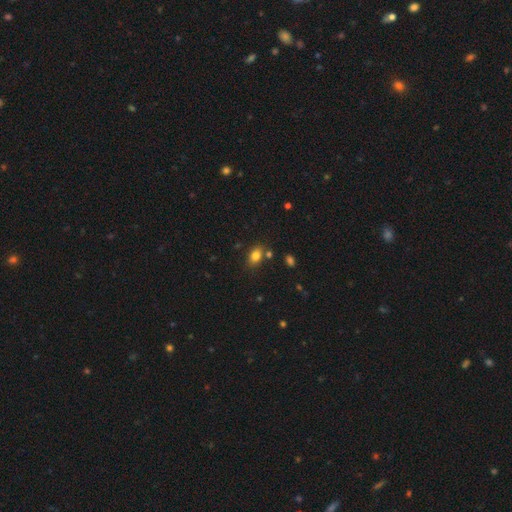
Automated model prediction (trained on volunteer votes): smooth-or-featured: smooth: 81% | star or artifact: 11% | featured or disk: 8%
  how-rounded: in between: 80% | round: 18% | cigar-shaped: 2%
  merging: none: 75% | minor disturbance: 12% | merger: 9% | major disturbance: 3%